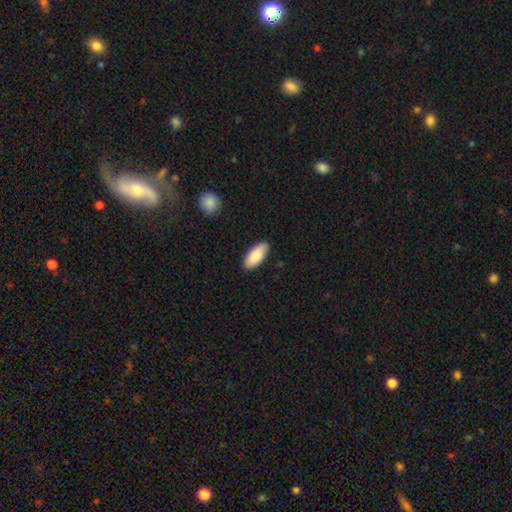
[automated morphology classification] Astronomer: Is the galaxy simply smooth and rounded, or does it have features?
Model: smooth — 87%.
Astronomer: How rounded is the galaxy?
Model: in between — 88%.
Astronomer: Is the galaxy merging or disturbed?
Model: none — 88%.